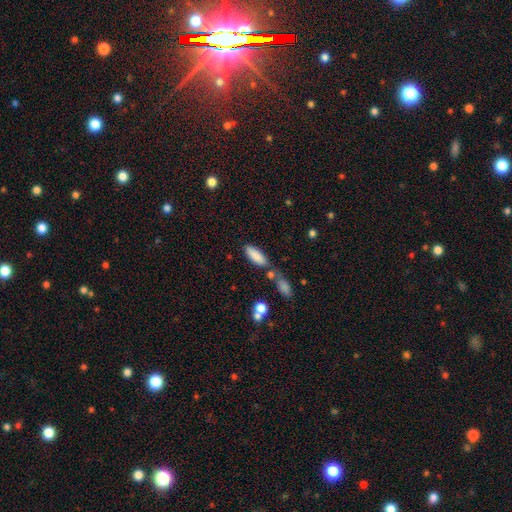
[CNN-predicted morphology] Q: Smooth or featured?
A: smooth (85%); runner-up: star or artifact (7%)
Q: How rounded?
A: in between (65%); runner-up: cigar-shaped (33%)
Q: Merging?
A: none (63%); runner-up: merger (16%)